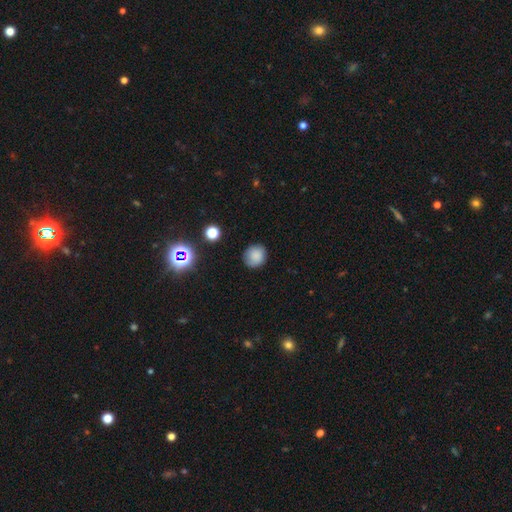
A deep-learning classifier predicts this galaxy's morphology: Overall: smooth (83%). How rounded: round (88%). Merging: none (83%).